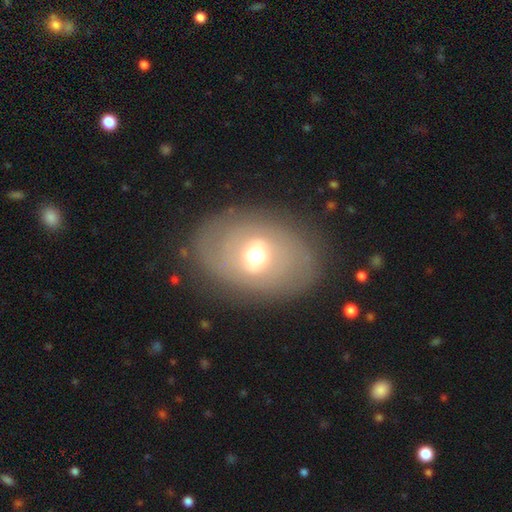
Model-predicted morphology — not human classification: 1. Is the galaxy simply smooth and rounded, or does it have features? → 45% smooth, 44% featured or disk, 10% star or artifact.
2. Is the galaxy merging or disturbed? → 79% none, 11% minor disturbance, 8% major disturbance, 2% merger.